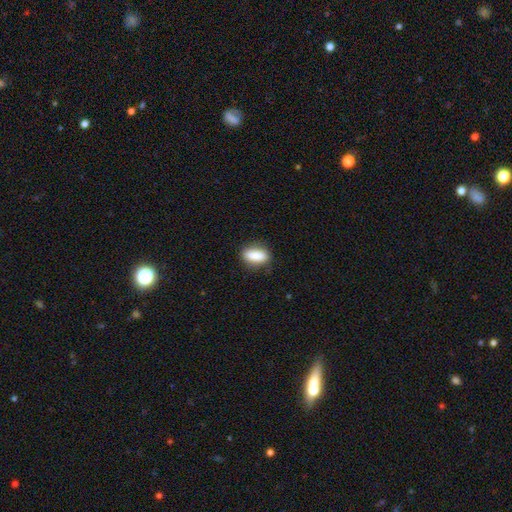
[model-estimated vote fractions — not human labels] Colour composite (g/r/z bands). It shows a smooth galaxy with no disk features (84%) that is in between round and cigar-shaped (76%). Merging: none (82%).